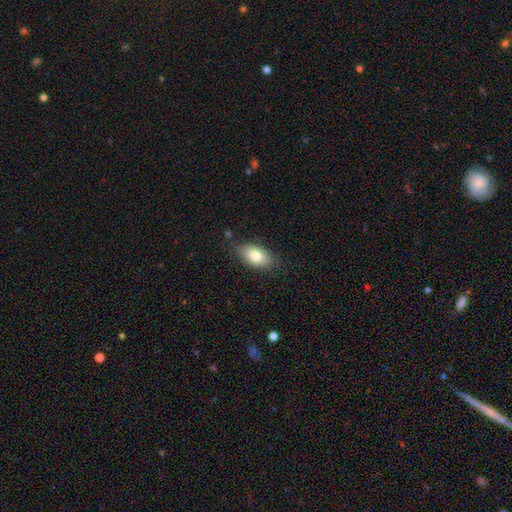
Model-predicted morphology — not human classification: Q: Smooth or featured?
A: smooth (81%); runner-up: featured or disk (12%)
Q: How rounded?
A: in between (92%); runner-up: round (5%)
Q: Merging?
A: none (81%); runner-up: minor disturbance (14%)